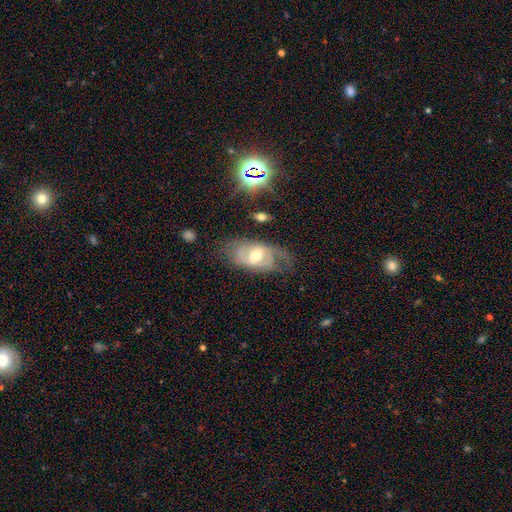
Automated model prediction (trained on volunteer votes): featured or disk 70%, smooth 22%, star or artifact 8%. Down the decision tree: edge-on disk — no (93%); bar — weak (48%); spiral arms — yes (79%); spiral arm count — 2 (54%); spiral winding — medium (43%); bulge size — moderate (71%); merging — none (54%).